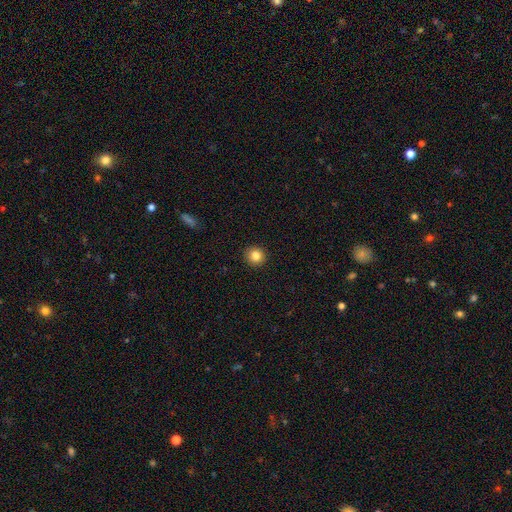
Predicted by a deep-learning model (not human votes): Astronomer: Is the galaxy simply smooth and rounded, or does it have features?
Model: smooth — 84%.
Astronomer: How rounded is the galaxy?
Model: round — 92%.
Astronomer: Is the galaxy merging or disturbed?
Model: none — 92%.